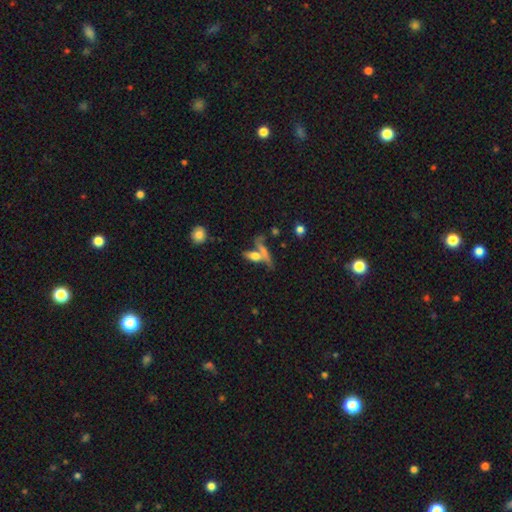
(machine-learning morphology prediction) Smooth or featured? Predicted: smooth (p=0.54). How rounded? Predicted: cigar-shaped (p=0.57). Merging? Predicted: none (p=0.43).